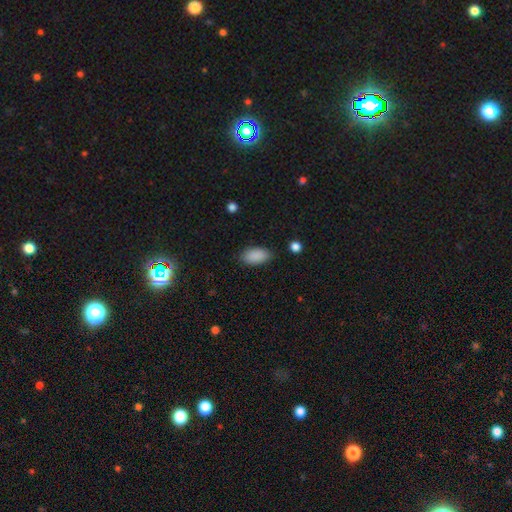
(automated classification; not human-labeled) Smooth or featured? Predicted: smooth (p=0.90). How rounded? Predicted: in between (p=0.93). Merging? Predicted: none (p=0.85).